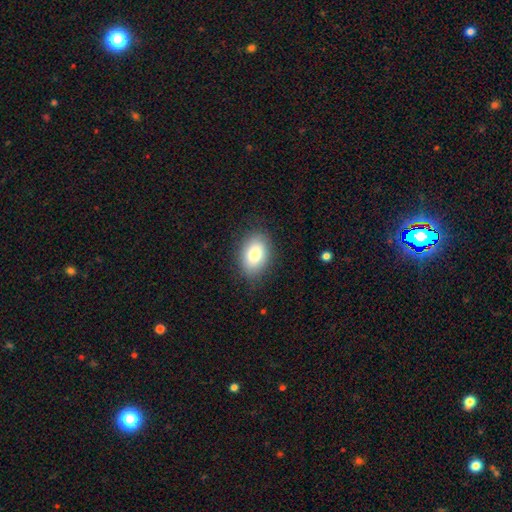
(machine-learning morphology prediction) A smooth galaxy with no disk features (81%) that is in between round and cigar-shaped (83%).

Vote fractions:
- Smooth or featured? smooth: 81% / featured or disk: 11% / star or artifact: 8%
- How rounded? in between: 83% / round: 15% / cigar-shaped: 1%
- Merging? none: 85% / minor disturbance: 11% / major disturbance: 3% / merger: 1%